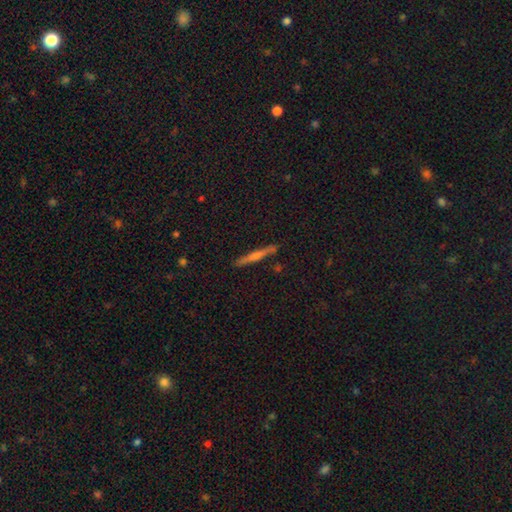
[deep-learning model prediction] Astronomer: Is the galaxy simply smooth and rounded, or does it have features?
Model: featured or disk — 56% (runner-up: smooth, 37%).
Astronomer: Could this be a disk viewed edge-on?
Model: yes — 97%.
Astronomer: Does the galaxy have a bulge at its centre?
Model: rounded — 55% (runner-up: none, 32%).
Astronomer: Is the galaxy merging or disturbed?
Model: none — 89%.